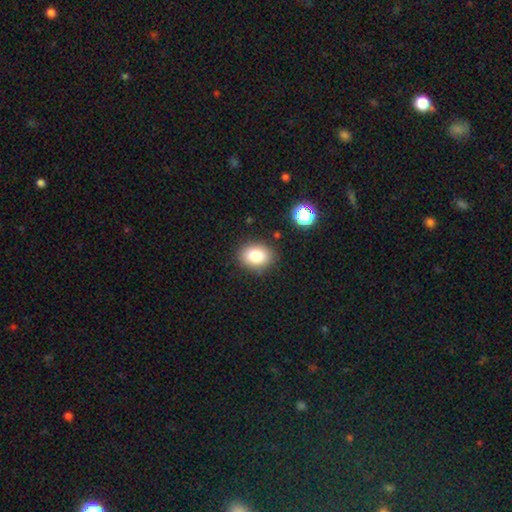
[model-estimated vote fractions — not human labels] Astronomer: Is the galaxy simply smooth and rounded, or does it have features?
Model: smooth — 84%.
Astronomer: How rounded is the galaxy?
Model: in between — 61% (runner-up: round, 38%).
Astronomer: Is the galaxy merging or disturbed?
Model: none — 85%.